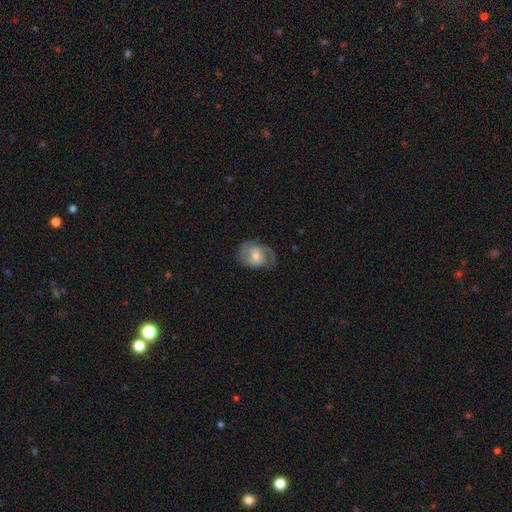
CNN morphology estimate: A featured or disk galaxy (69%) with no bar (48%), 2 (61%) medium (46%) spiral arms (89%) and a moderate central bulge (52%). Merging: none (61%).